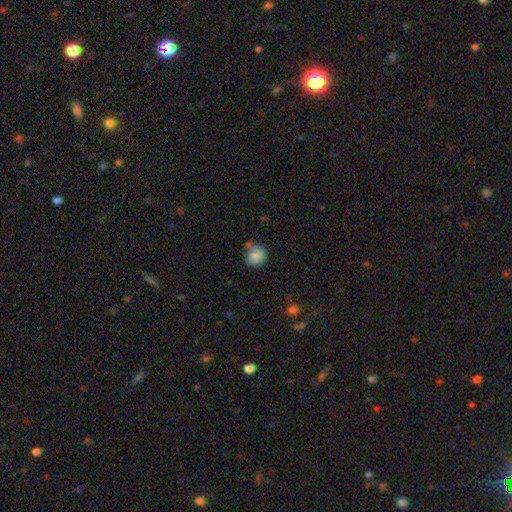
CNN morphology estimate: Q: Smooth or featured?
A: smooth (84%); runner-up: star or artifact (9%)
Q: How rounded?
A: round (85%); runner-up: in between (14%)
Q: Merging?
A: none (58%); runner-up: minor disturbance (23%)